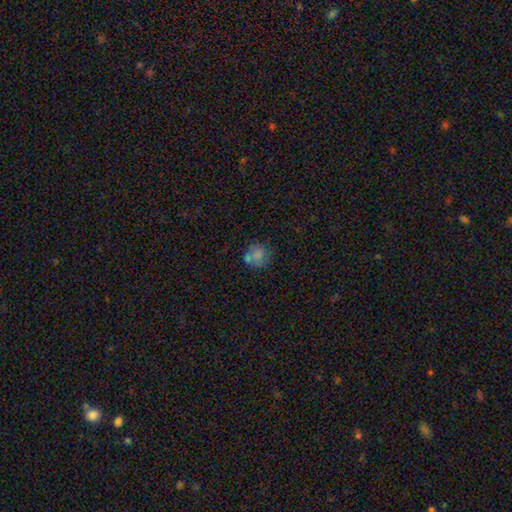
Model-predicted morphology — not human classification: Q: Smooth or featured?
A: smooth (70%); runner-up: featured or disk (18%)
Q: How rounded?
A: round (80%); runner-up: in between (19%)
Q: Merging?
A: none (53%); runner-up: merger (23%)